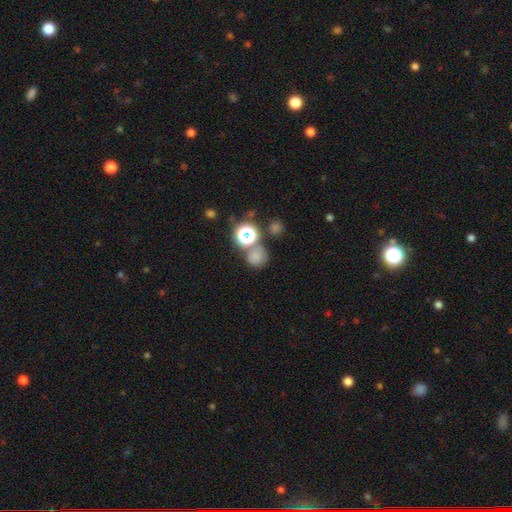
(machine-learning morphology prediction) Smooth or featured?
  - smooth: 68% *
  - star or artifact: 24%
  - featured or disk: 7%
How rounded?
  - round: 87% *
  - in between: 12%
  - cigar-shaped: 1%
Merging?
  - none: 62% *
  - merger: 21%
  - minor disturbance: 11%
  - major disturbance: 5%